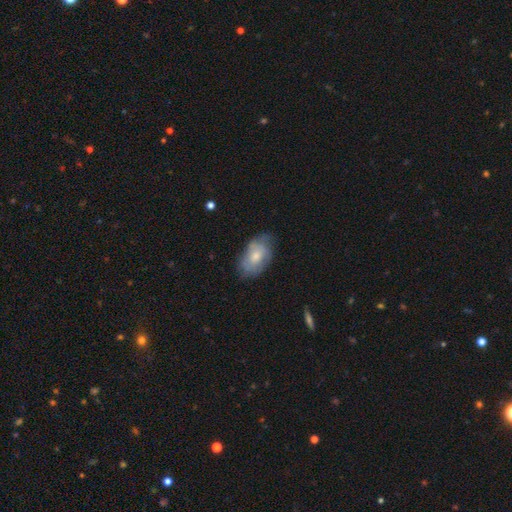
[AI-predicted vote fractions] A smooth galaxy with no disk features (53%) that is in between round and cigar-shaped (90%). Merging: none (64%).